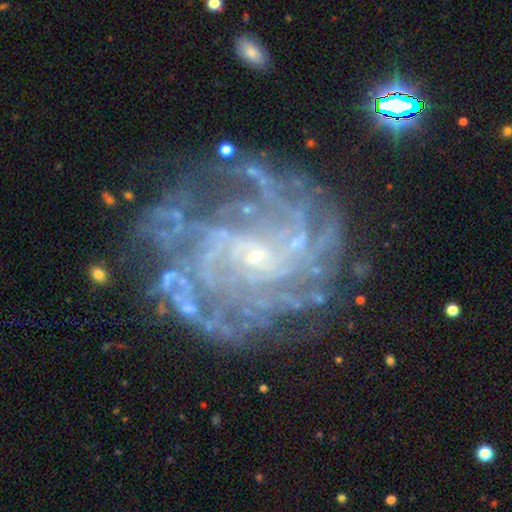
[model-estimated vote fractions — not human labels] Smooth or featured: featured or disk — 88% (star or artifact — 8%)
Edge-on disk: no — 98% (yes — 2%)
Bar: no — 68% (weak — 25%)
Spiral arms: yes — 95% (no — 5%)
Spiral winding: tight — 60% (medium — 31%)
Spiral arm count: more than 4 — 27% (can't tell — 24%)
Bulge size: small — 84% (moderate — 8%)
Merging: none — 66% (minor disturbance — 18%)